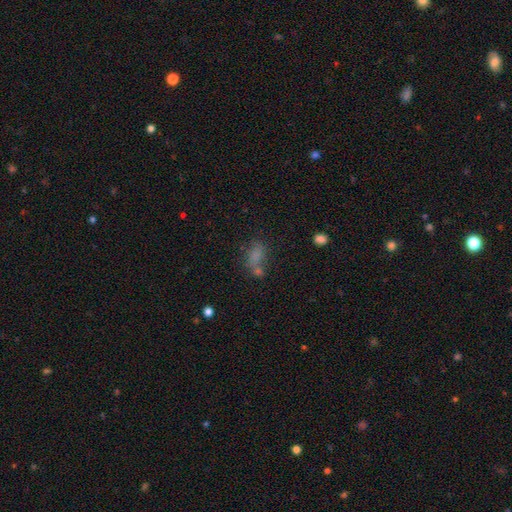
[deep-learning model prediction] This appears to be a smooth galaxy with no disk features (71%) that is in between round and cigar-shaped (81%). Merging: none (40%).